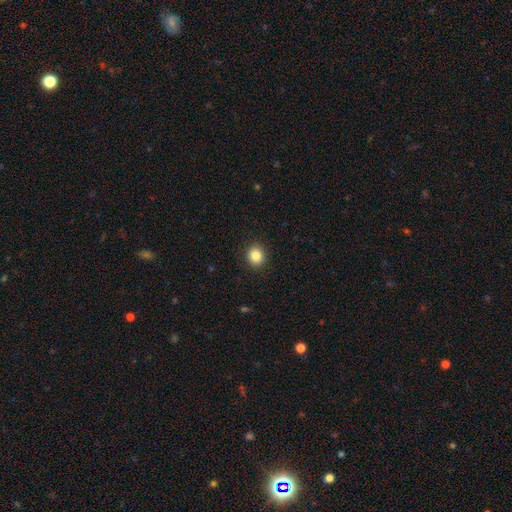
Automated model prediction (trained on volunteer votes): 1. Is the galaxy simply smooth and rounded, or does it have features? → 85% smooth, 10% star or artifact, 5% featured or disk.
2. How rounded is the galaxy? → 84% round, 15% in between, 1% cigar-shaped.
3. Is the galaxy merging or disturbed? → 91% none, 6% minor disturbance, 2% major disturbance, 1% merger.